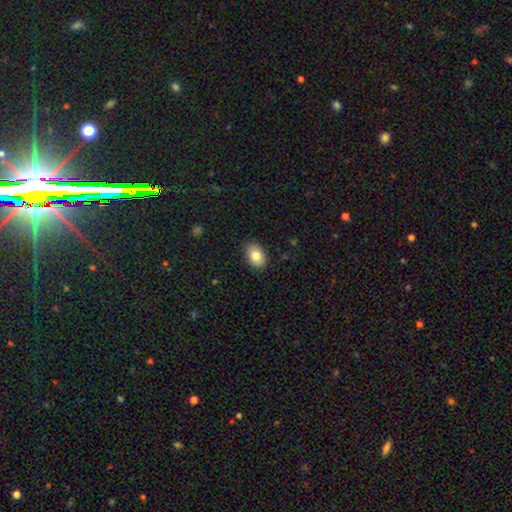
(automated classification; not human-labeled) Smooth or featured?
  - smooth: 82% *
  - featured or disk: 10%
  - star or artifact: 8%
How rounded?
  - in between: 83% *
  - round: 16%
  - cigar-shaped: 1%
Merging?
  - none: 88% *
  - minor disturbance: 9%
  - major disturbance: 2%
  - merger: 1%